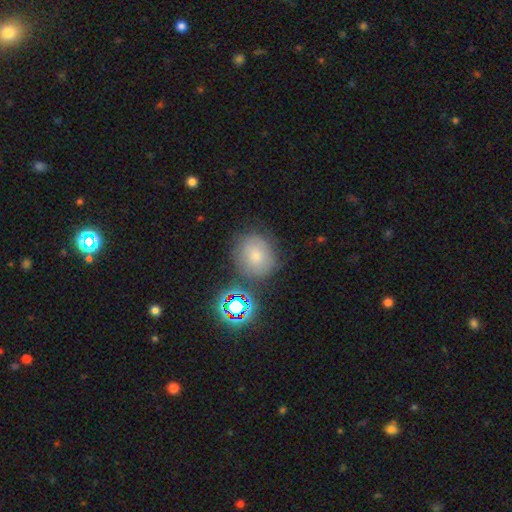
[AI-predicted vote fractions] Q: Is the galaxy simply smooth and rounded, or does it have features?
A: smooth — 62%.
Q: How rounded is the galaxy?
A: round — 75%.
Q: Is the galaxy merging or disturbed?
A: none — 71%.